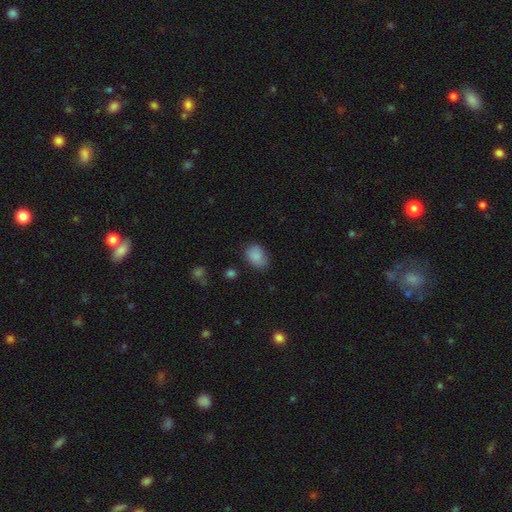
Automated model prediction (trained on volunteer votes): Smooth or featured? smooth (86%)
How rounded? in between (76%)
Merging? none (72%)